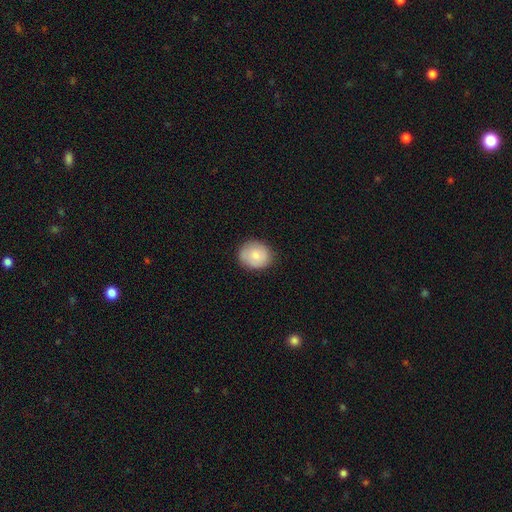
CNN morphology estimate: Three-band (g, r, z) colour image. It shows a smooth galaxy with no disk features (81%) that is round (73%). Merging: none (84%).